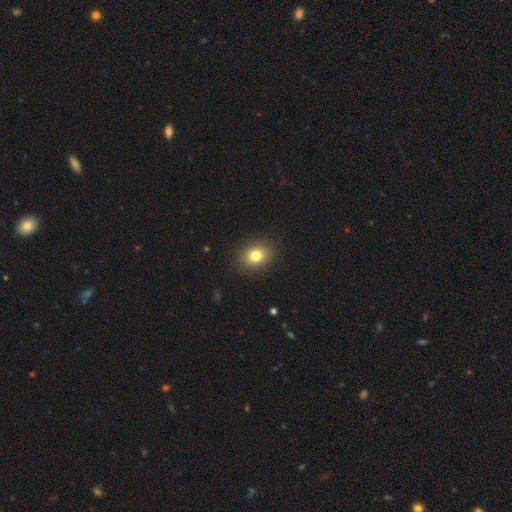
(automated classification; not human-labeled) A smooth galaxy with no disk features (80%) that is round (51%). Merging: none (89%).